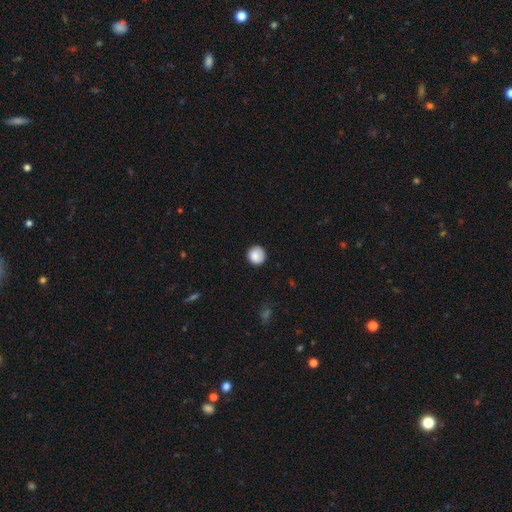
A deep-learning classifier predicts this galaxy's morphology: A smooth galaxy with no disk features (85%) that is round (92%).

Vote fractions:
- Smooth or featured? smooth: 85% / star or artifact: 8% / featured or disk: 7%
- How rounded? round: 92% / in between: 7% / cigar-shaped: 1%
- Merging? none: 83% / minor disturbance: 13% / major disturbance: 3% / merger: 1%